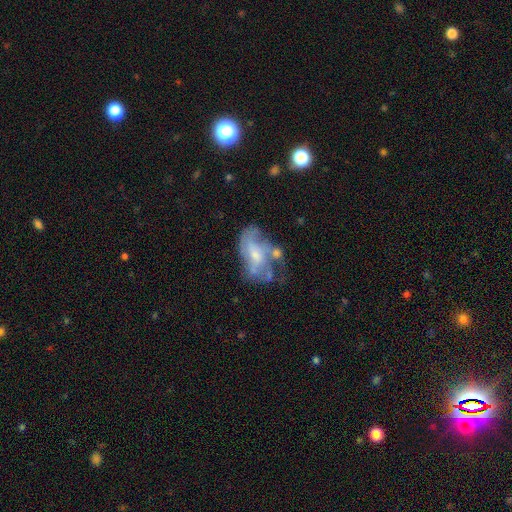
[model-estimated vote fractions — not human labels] A featured or disk galaxy (65%) with no bar (61%), spiral arms (53%) and a small central bulge (48%). Merging: major disturbance (32%).